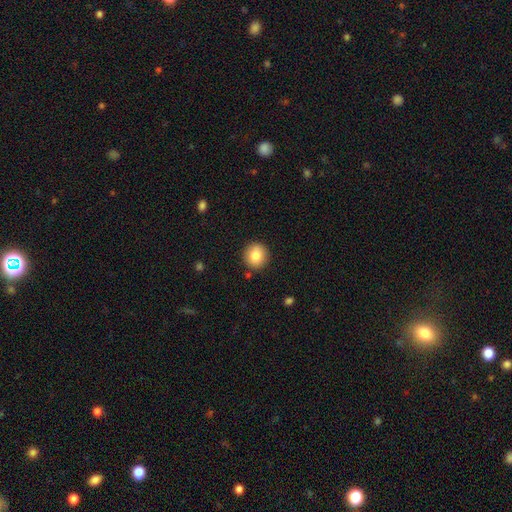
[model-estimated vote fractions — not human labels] A smooth galaxy with no disk features (83%) that is round (92%). Merging: none (90%).